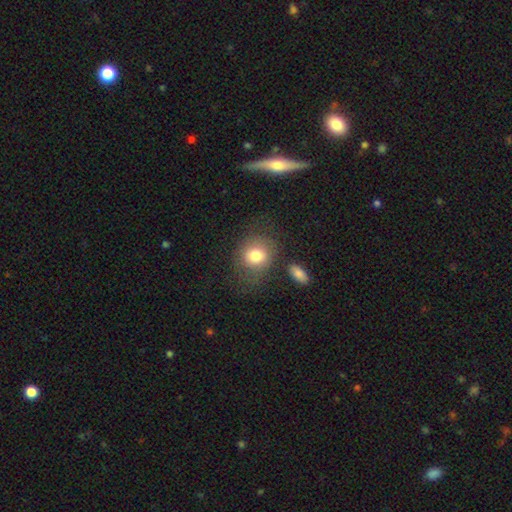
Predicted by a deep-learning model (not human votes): This appears to be a smooth galaxy with no disk features (78%) that is round (67%). Merging: none (63%).